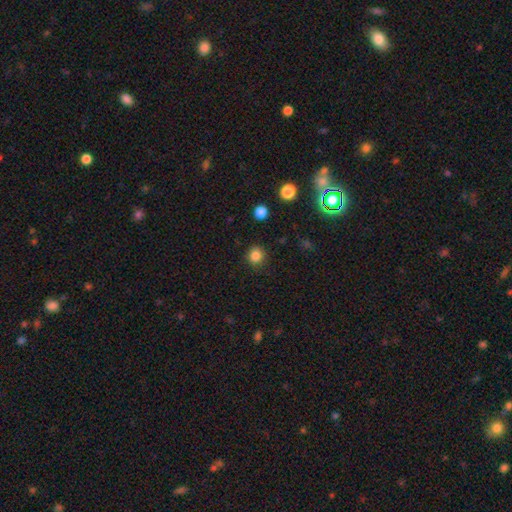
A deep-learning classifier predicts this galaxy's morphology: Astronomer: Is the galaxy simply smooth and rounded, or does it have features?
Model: smooth — 83%.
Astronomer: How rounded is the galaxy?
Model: round — 90%.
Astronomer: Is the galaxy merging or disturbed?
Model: none — 89%.